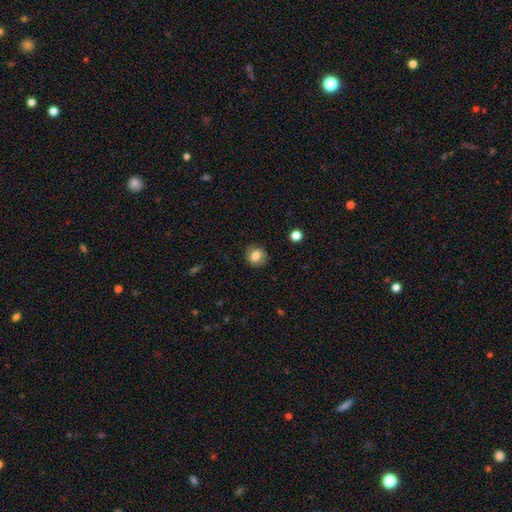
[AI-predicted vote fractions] This appears to be a smooth galaxy with no disk features (77%) that is round (78%). Merging: none (84%).